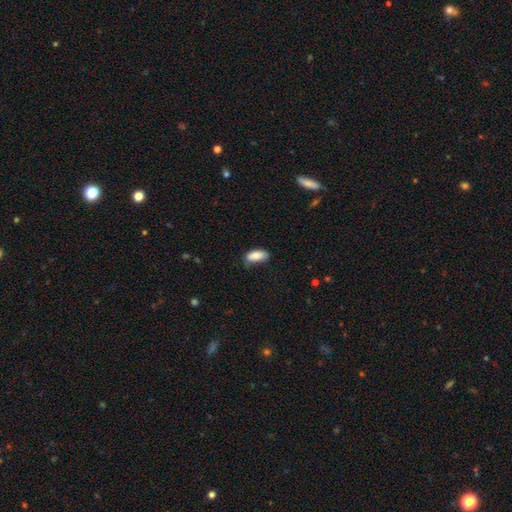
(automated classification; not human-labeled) Smooth or featured: smooth — 83% (featured or disk — 10%)
How rounded: in between — 87% (cigar-shaped — 10%)
Merging: none — 61% (minor disturbance — 30%)